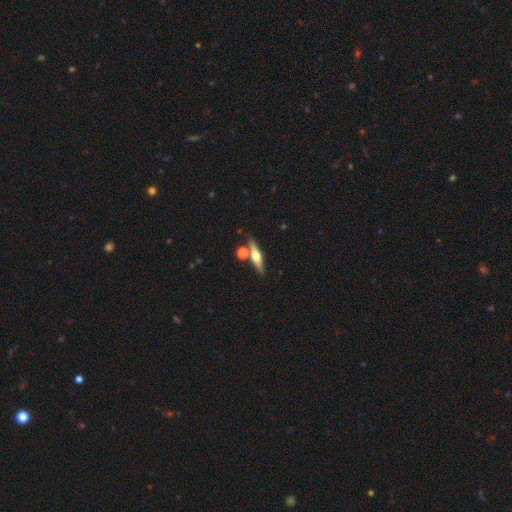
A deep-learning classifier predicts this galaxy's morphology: Smooth or featured: featured or disk — 59% (smooth — 34%)
Edge-on disk: yes — 93% (no — 7%)
Edge-on bulge: rounded — 94% (boxy — 3%)
Merging: none — 74% (merger — 13%)